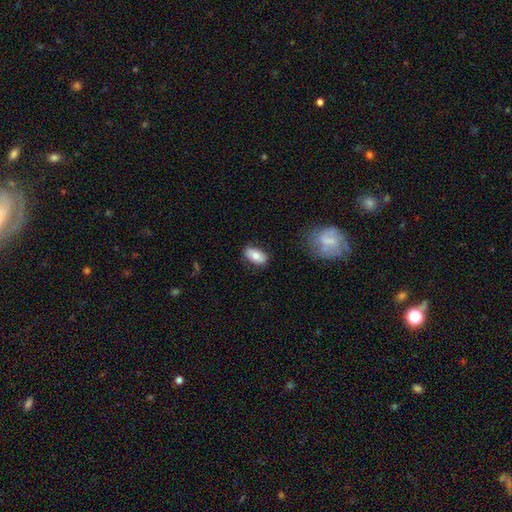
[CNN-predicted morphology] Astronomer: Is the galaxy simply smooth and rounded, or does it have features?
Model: smooth — 78%.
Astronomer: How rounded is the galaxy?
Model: in between — 92%.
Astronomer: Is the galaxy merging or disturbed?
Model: none — 81%.